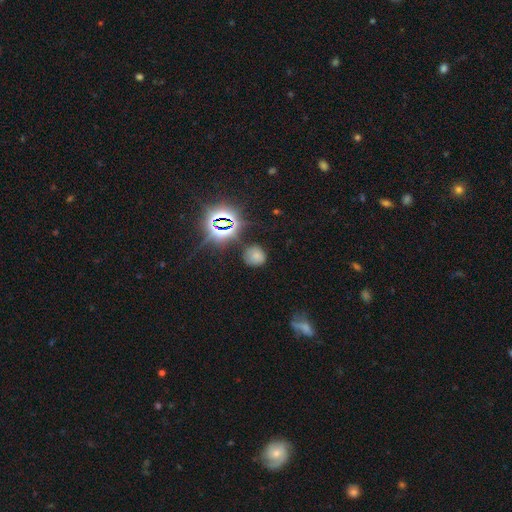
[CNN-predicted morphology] Smooth or featured: smooth — 62% (star or artifact — 28%)
How rounded: round — 84% (in between — 14%)
Merging: none — 75% (minor disturbance — 17%)